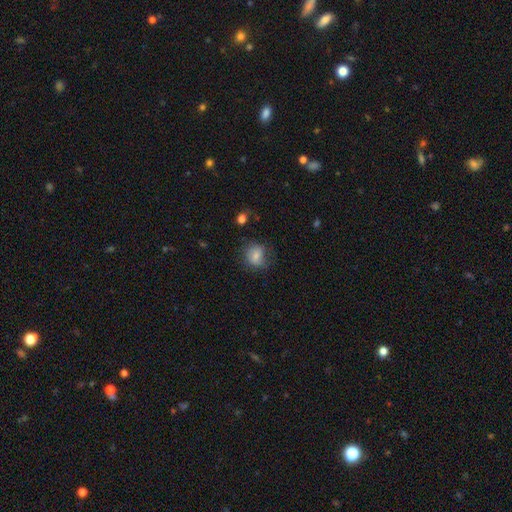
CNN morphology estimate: smooth 73%, featured or disk 18%, star or artifact 9%. Down the decision tree: how rounded — round (71%); merging — none (65%).